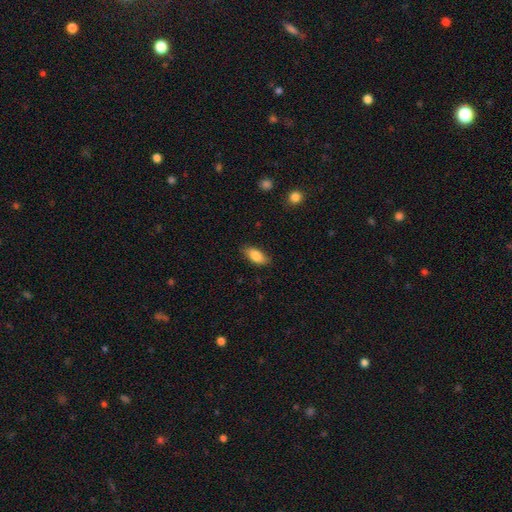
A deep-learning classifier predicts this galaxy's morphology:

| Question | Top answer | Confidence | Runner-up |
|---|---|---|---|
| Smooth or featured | smooth | 83% | featured or disk (10%) |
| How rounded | in between | 87% | cigar-shaped (10%) |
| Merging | none | 82% | minor disturbance (14%) |